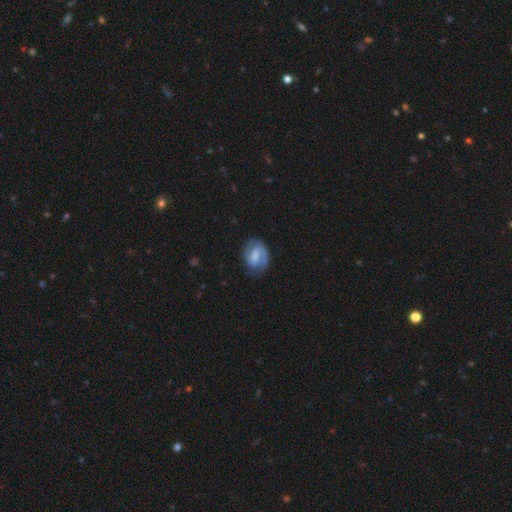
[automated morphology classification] type=featured or disk (70%); edge-on=no (97%); bar=weak (53%); spiral arms=yes (91%); winding=medium (45%); arm count=2 (70%); bulge=moderate (33%); merging=none (68%).